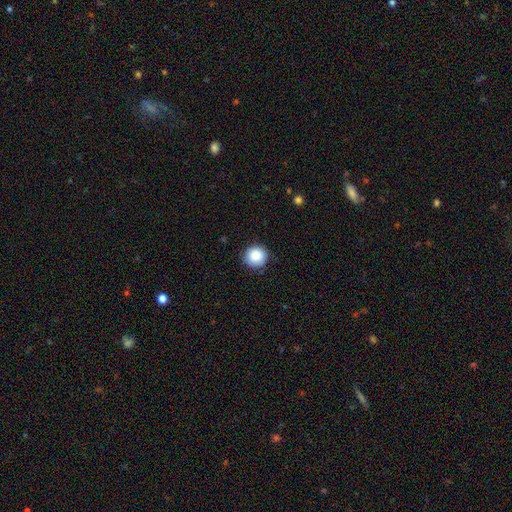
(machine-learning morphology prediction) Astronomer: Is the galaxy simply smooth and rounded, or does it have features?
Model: smooth — 88%.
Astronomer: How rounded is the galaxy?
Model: round — 93%.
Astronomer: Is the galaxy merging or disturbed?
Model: none — 87%.